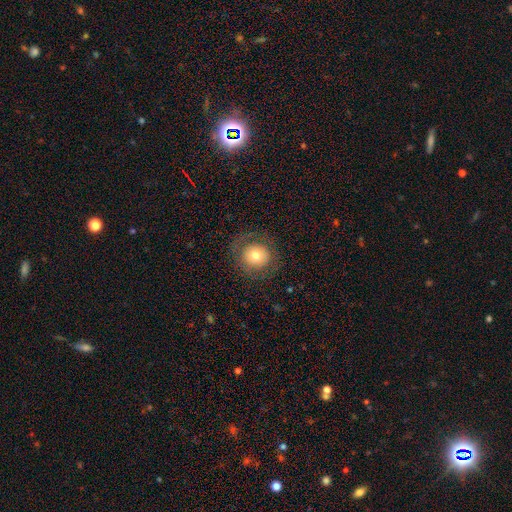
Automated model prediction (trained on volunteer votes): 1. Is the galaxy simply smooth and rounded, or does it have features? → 69% smooth, 21% featured or disk, 10% star or artifact.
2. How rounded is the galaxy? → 91% round, 8% in between, 1% cigar-shaped.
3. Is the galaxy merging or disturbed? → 80% none, 11% minor disturbance, 8% major disturbance, 1% merger.